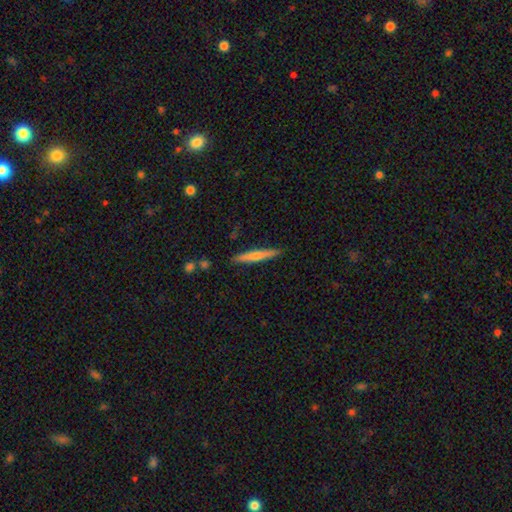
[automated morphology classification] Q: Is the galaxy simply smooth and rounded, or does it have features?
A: smooth — 65%.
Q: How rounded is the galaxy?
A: cigar-shaped — 95%.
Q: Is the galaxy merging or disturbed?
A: none — 89%.